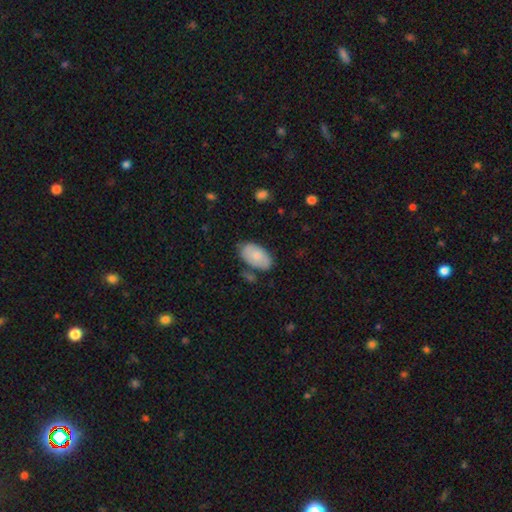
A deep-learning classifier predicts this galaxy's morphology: This appears to be a smooth galaxy with no disk features (82%) that is in between round and cigar-shaped (95%). Merging: none (72%).